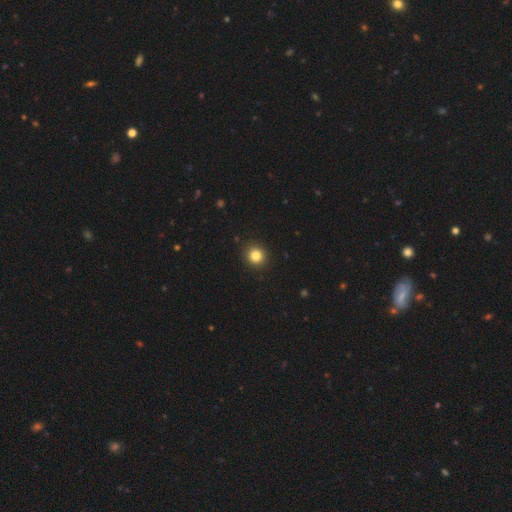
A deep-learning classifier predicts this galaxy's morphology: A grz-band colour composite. It shows a smooth galaxy with no disk features (84%) that is round (92%). Merging: none (92%).